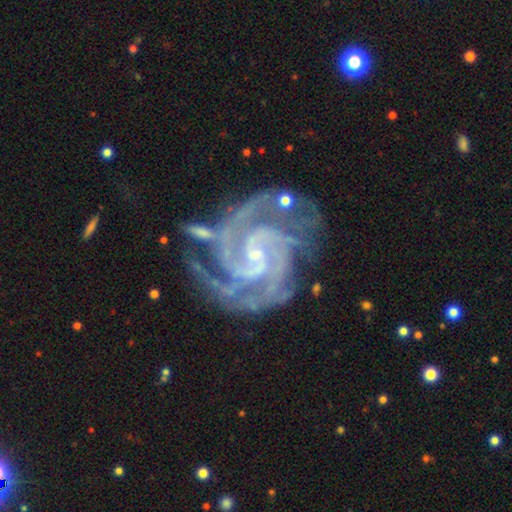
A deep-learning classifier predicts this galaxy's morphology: Smooth or featured? Predicted: featured or disk (p=0.93). Edge-on disk? Predicted: no (p=0.98). Bar? Predicted: no (p=0.44). Spiral arms? Predicted: yes (p=0.99). Spiral winding? Predicted: tight (p=0.64). Spiral arm count? Predicted: 3 (p=0.32). Bulge size? Predicted: small (p=0.81). Merging? Predicted: none (p=0.62).